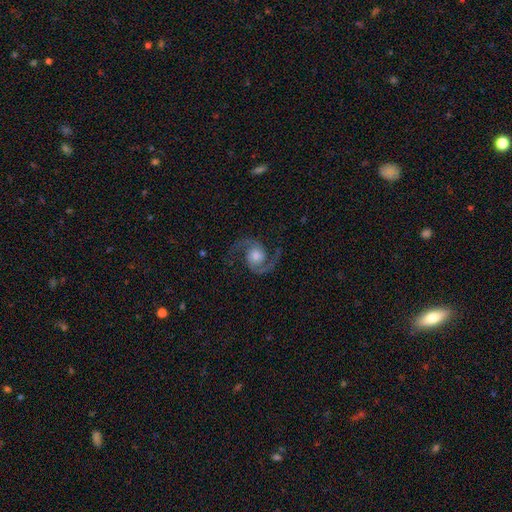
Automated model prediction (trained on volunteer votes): A featured or disk galaxy (92%) with no bar (70%), 2 (95%) medium (57%) spiral arms (98%) and a moderate central bulge (49%).

Vote fractions:
- Smooth or featured? featured or disk: 92% / star or artifact: 4% / smooth: 4%
- Edge-on disk? no: 98% / yes: 2%
- Bar? no: 70% / weak: 24% / strong: 6%
- Spiral arms? yes: 98% / no: 2%
- Spiral winding? medium: 57% / loose: 32% / tight: 11%
- Spiral arm count? 2: 95% / 1: 1% / can't tell: 1% / 3: 1% / 4: 1% / more than 4: 1%
- Bulge size? moderate: 49% / large: 30% / small: 12% / none: 5% / dominant: 4%
- Merging? none: 83% / minor disturbance: 11% / major disturbance: 5% / merger: 1%